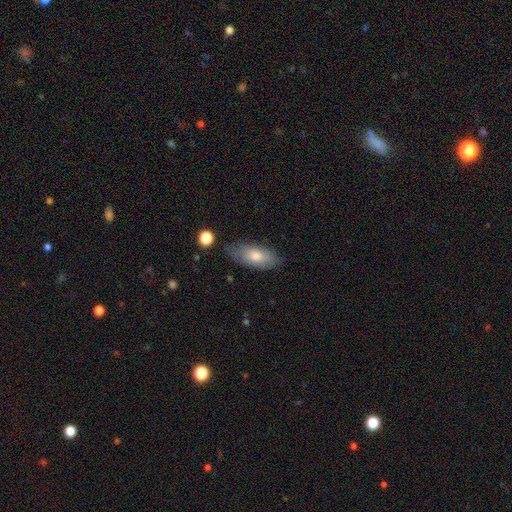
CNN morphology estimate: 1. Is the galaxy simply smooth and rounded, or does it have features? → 72% smooth, 21% featured or disk, 7% star or artifact.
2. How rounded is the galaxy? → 82% in between, 15% cigar-shaped, 3% round.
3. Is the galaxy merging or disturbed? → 75% none, 18% minor disturbance, 4% major disturbance, 2% merger.